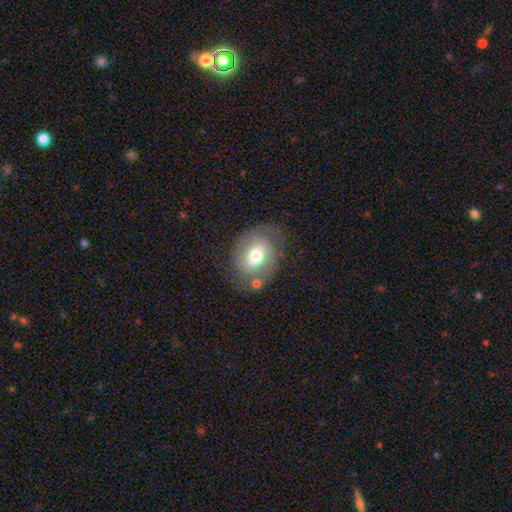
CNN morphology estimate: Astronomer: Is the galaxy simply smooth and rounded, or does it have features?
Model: smooth — 53% (runner-up: featured or disk, 38%).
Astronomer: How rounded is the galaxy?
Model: in between — 55% (runner-up: round, 44%).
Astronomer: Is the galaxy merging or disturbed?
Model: none — 65%.